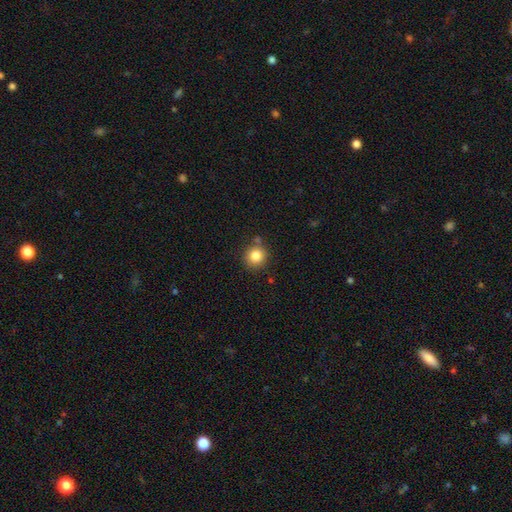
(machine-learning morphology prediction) Smooth or featured: smooth — 83% (star or artifact — 11%)
How rounded: round — 91% (in between — 8%)
Merging: none — 82% (minor disturbance — 9%)